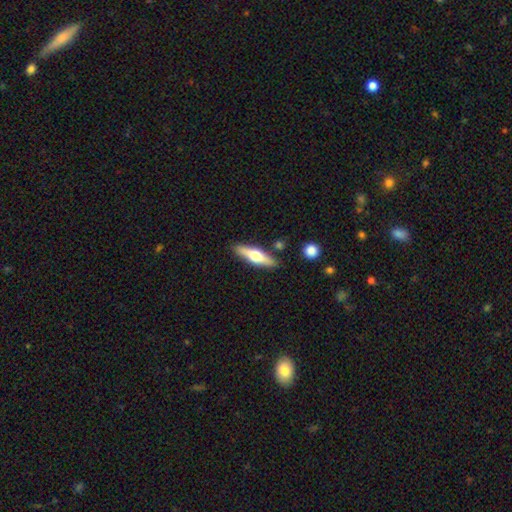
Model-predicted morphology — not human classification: smooth_or_featured: featured or disk (p=0.52) [alt: smooth p=0.42]
disk_edge_on: yes (p=0.93) [alt: no p=0.07]
merging: none (p=0.85) [alt: minor disturbance p=0.09]